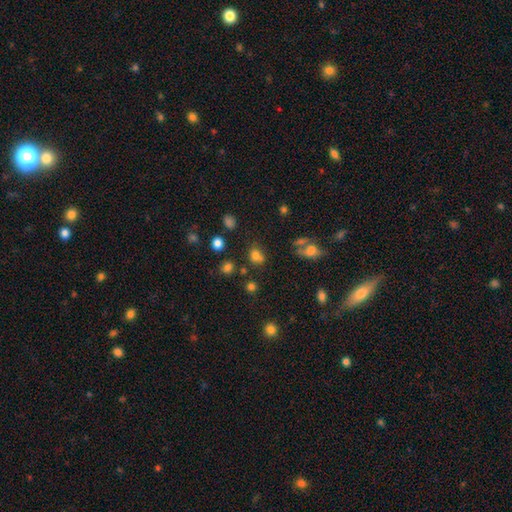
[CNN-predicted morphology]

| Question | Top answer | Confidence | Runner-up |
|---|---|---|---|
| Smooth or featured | smooth | 73% | star or artifact (18%) |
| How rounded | round | 58% | in between (41%) |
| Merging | none | 61% | minor disturbance (16%) |